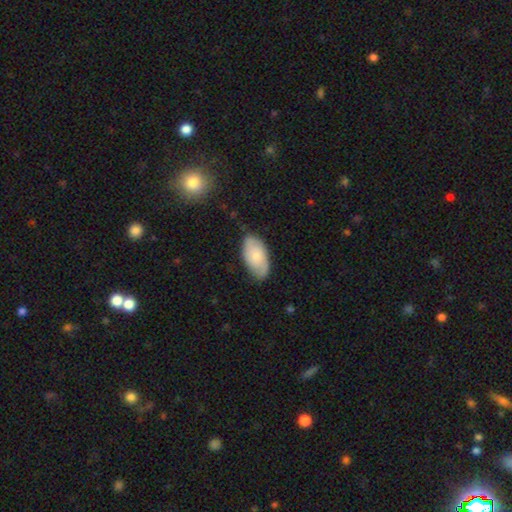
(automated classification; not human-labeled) Smooth or featured? smooth (67%)
How rounded? in between (95%)
Merging? none (76%)